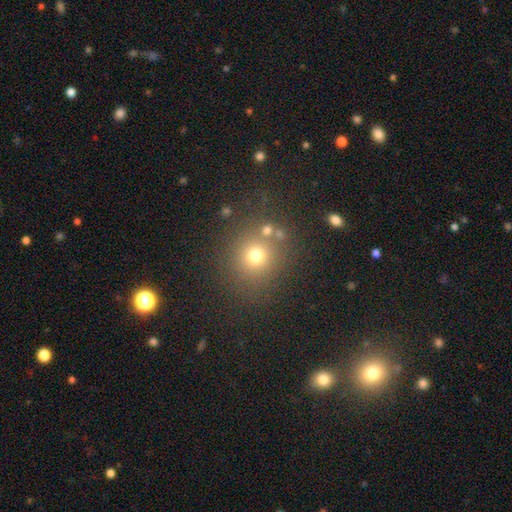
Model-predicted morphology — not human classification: type=smooth (70%); roundness=round (88%); merging=none (77%).